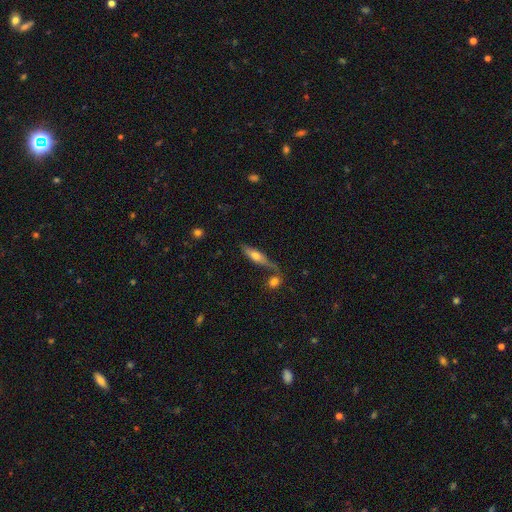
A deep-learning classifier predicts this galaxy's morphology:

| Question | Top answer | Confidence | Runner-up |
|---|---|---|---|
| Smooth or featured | smooth | 49% | featured or disk (44%) |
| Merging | none | 57% | merger (19%) |